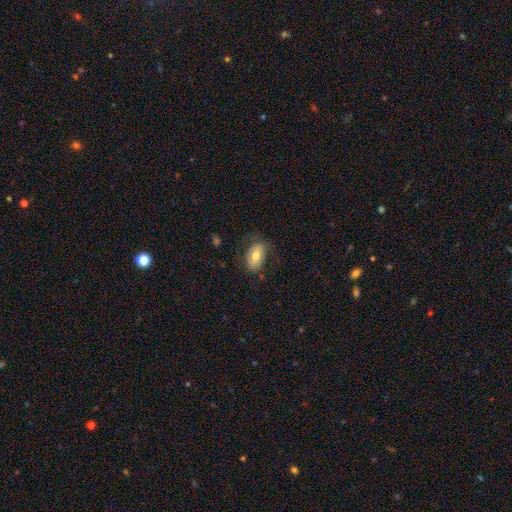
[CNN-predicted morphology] The model was most divided on "smooth or featured": smooth: 69%, featured or disk: 24%, star or artifact: 7%. More confident: how rounded — in between (91%); merging — none (68%).